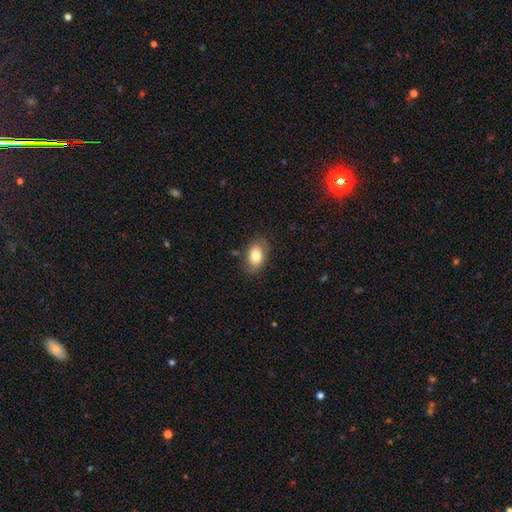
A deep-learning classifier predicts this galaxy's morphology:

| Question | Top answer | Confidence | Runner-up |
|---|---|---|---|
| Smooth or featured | smooth | 76% | featured or disk (17%) |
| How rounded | in between | 86% | round (12%) |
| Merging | none | 79% | minor disturbance (16%) |